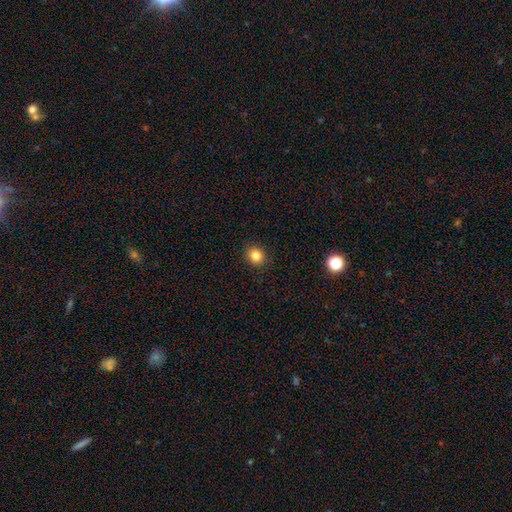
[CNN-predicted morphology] The model was most divided on "how rounded": round: 77%, in between: 22%, cigar-shaped: 1%. More confident: merging — none (91%); smooth or featured — smooth (83%).